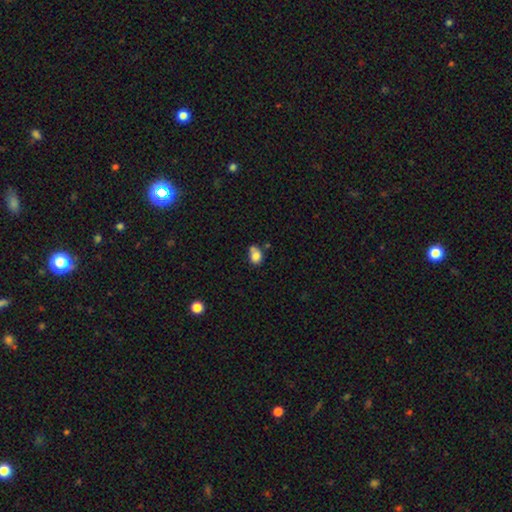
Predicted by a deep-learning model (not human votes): Q: Smooth or featured?
A: smooth (80%); runner-up: star or artifact (10%)
Q: How rounded?
A: in between (58%); runner-up: round (40%)
Q: Merging?
A: none (44%); runner-up: merger (25%)